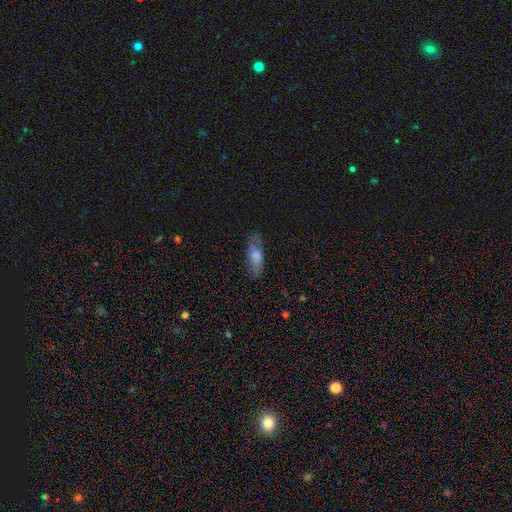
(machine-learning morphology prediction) This is likely a smooth galaxy (68%). How rounded: likely in between (68%). Merging: likely none (69%).